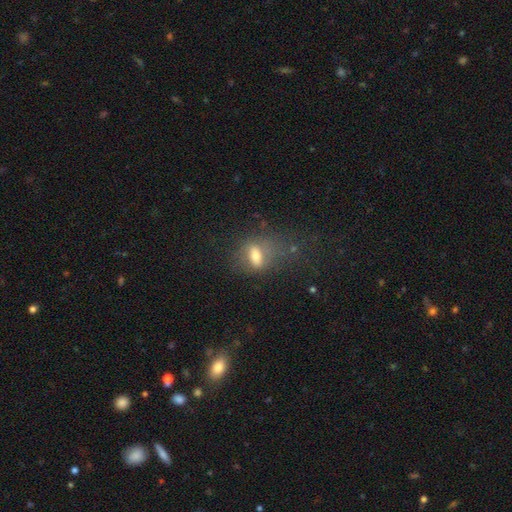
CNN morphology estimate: The model was most divided on "merging": none: 49%, major disturbance: 24%, minor disturbance: 22%, merger: 6%. More confident: how rounded — in between (72%); smooth or featured — smooth (62%).